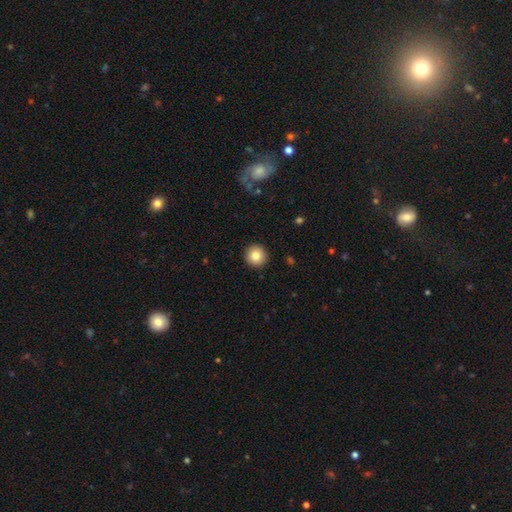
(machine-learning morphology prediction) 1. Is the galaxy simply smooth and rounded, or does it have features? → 83% smooth, 9% star or artifact, 7% featured or disk.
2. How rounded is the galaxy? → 96% round, 4% in between, 1% cigar-shaped.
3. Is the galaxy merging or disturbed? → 93% none, 5% minor disturbance, 2% major disturbance, 1% merger.